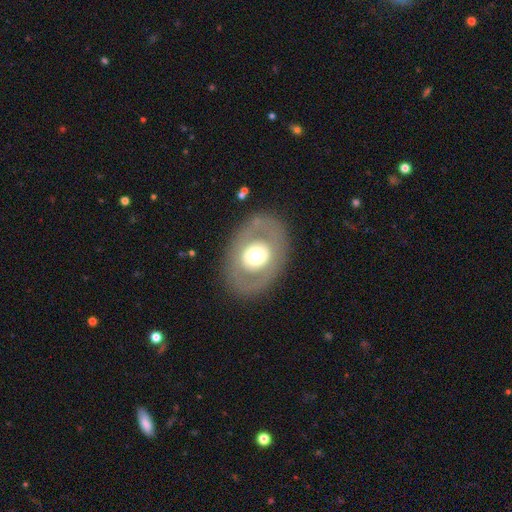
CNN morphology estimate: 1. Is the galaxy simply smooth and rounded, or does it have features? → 50% featured or disk, 43% smooth, 7% star or artifact.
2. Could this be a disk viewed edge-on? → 91% no, 9% yes.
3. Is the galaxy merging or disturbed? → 81% none, 10% minor disturbance, 8% major disturbance, 1% merger.